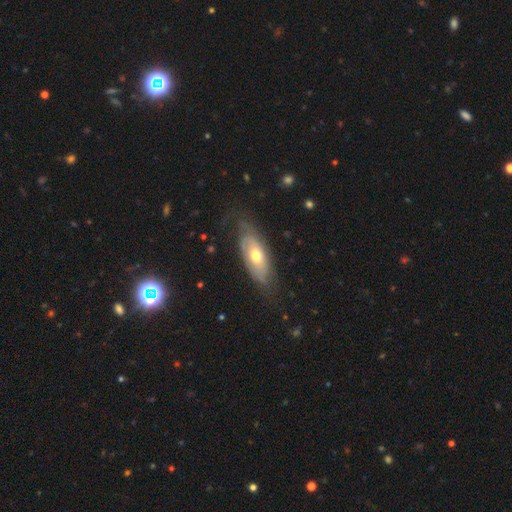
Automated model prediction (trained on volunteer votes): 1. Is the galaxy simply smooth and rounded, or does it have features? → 54% featured or disk, 40% smooth, 6% star or artifact.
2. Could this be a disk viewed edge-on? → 79% no, 21% yes.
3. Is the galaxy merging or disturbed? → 64% none, 24% minor disturbance, 11% major disturbance, 1% merger.